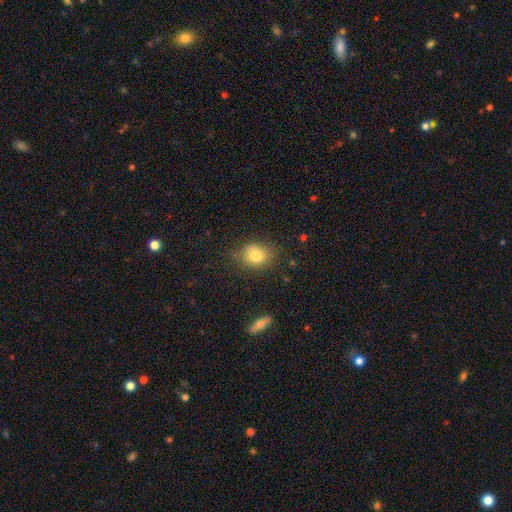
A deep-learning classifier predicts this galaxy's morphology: Smooth or featured?
  - smooth: 81% *
  - star or artifact: 10%
  - featured or disk: 9%
How rounded?
  - round: 53% *
  - in between: 46%
  - cigar-shaped: 1%
Merging?
  - none: 74% *
  - minor disturbance: 19%
  - major disturbance: 5%
  - merger: 2%